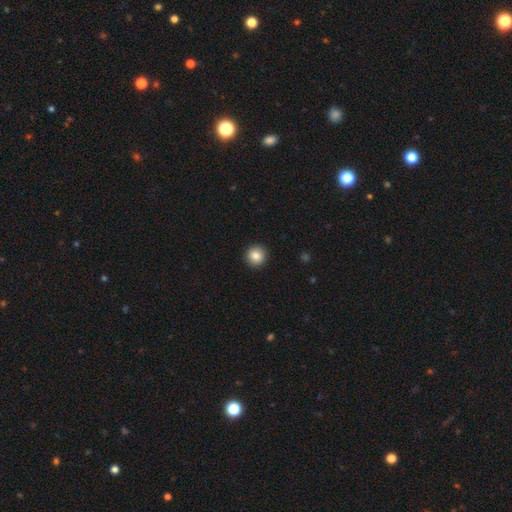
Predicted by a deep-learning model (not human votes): This is clearly a smooth galaxy (85%). How rounded: clearly round (94%). Merging: clearly none (93%).